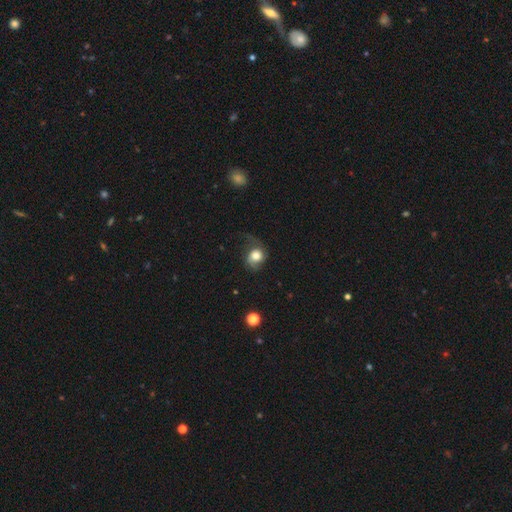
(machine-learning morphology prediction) smooth 60%, featured or disk 31%, star or artifact 9%. Down the decision tree: how rounded — round (67%); merging — none (41%).